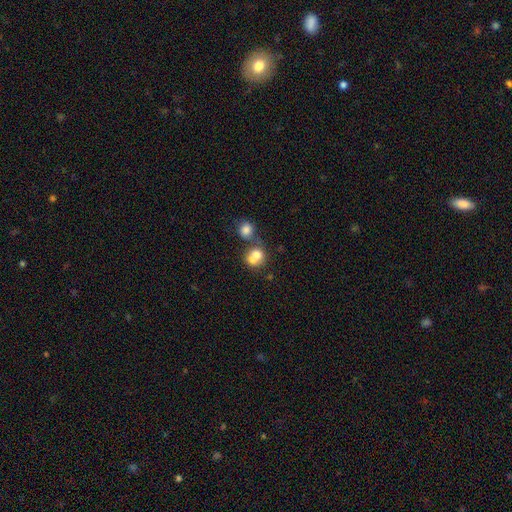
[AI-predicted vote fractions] The model was most divided on "merging": merger: 60%, none: 28%, minor disturbance: 7%, major disturbance: 4%. More confident: how rounded — round (75%); smooth or featured — smooth (70%).